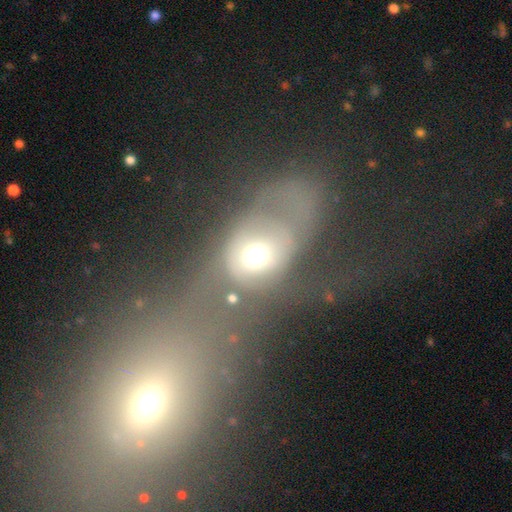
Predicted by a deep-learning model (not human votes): This appears to be a smooth galaxy with no disk features (44%). Merging: merger (39%).